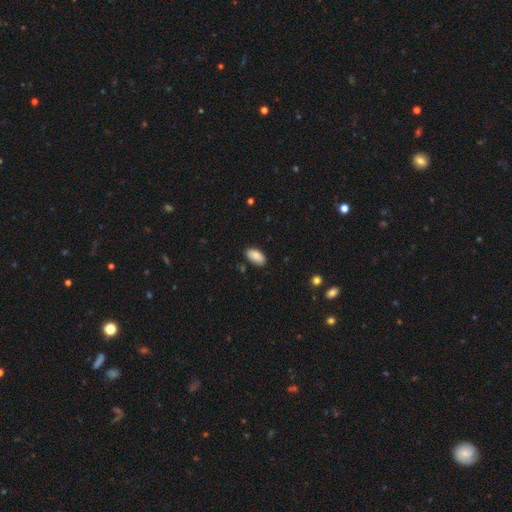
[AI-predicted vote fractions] smooth 85%, featured or disk 8%, star or artifact 7%. Down the decision tree: how rounded — in between (95%); merging — none (85%).